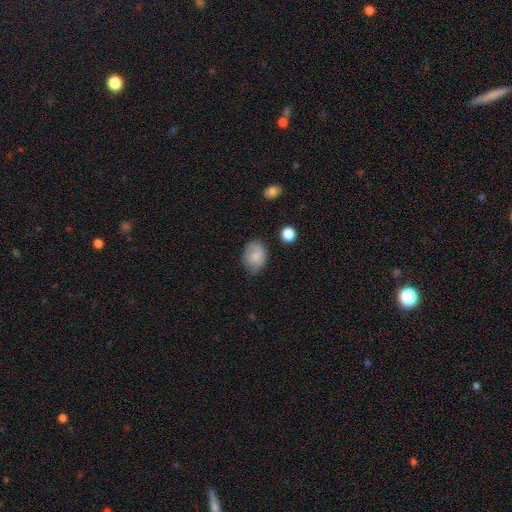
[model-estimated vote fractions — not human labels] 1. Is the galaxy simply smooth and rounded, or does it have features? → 81% smooth, 11% featured or disk, 8% star or artifact.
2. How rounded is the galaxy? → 70% in between, 29% round, 1% cigar-shaped.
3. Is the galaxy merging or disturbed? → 70% none, 23% minor disturbance, 5% major disturbance, 2% merger.